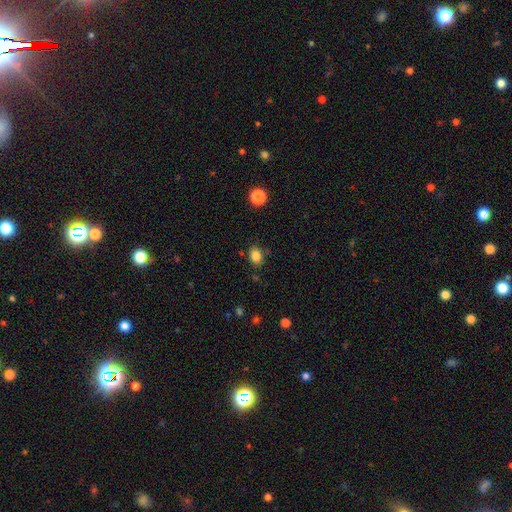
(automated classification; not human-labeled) Smooth or featured?
  - smooth: 84% *
  - star or artifact: 11%
  - featured or disk: 5%
How rounded?
  - in between: 56% *
  - round: 43%
  - cigar-shaped: 1%
Merging?
  - none: 81% *
  - minor disturbance: 13%
  - merger: 3%
  - major disturbance: 3%